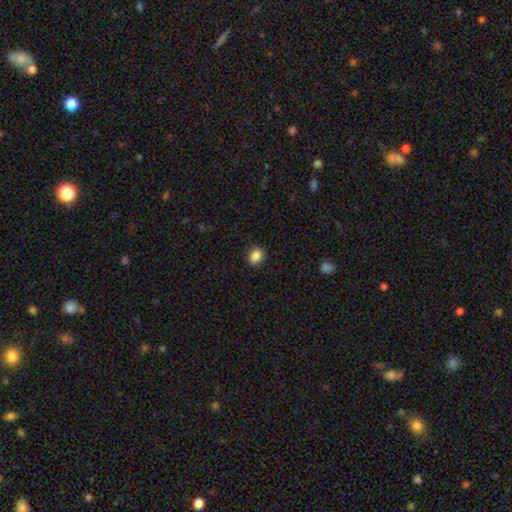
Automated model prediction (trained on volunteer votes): smooth-or-featured: smooth: 87% | star or artifact: 10% | featured or disk: 3%
  how-rounded: round: 65% | in between: 34% | cigar-shaped: 1%
  merging: none: 90% | minor disturbance: 7% | major disturbance: 2% | merger: 1%